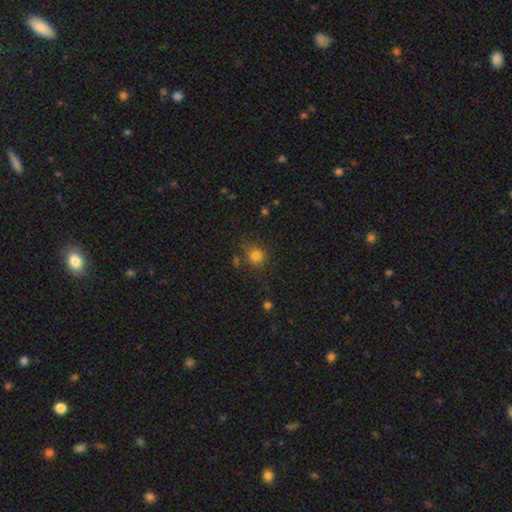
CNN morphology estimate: Q: Smooth or featured?
A: smooth (80%); runner-up: star or artifact (14%)
Q: How rounded?
A: round (86%); runner-up: in between (13%)
Q: Merging?
A: none (74%); runner-up: minor disturbance (15%)